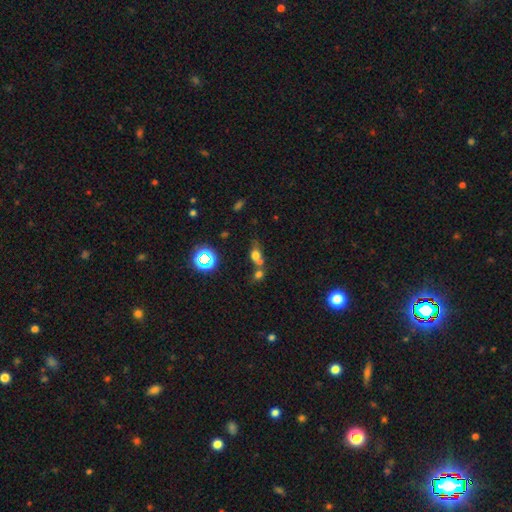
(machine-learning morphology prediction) smooth_or_featured: smooth (p=0.62) [alt: star or artifact p=0.22]
how_rounded: round (p=0.52) [alt: in between p=0.44]
merging: merger (p=0.53) [alt: none p=0.32]